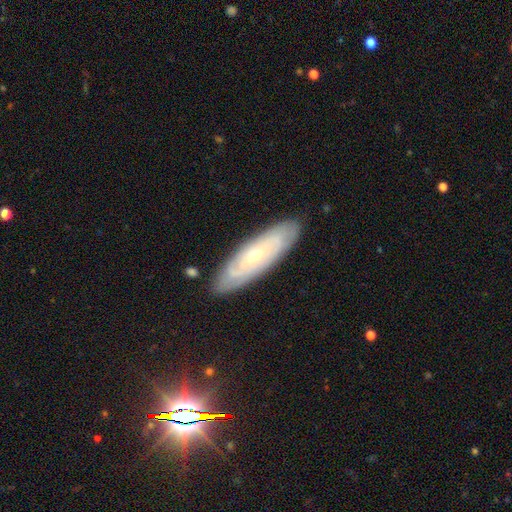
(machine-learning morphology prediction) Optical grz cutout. It shows a featured or disk galaxy (68%) with no bar (78%), spiral arms (78%) and a small central bulge (64%). Merging: none (85%).